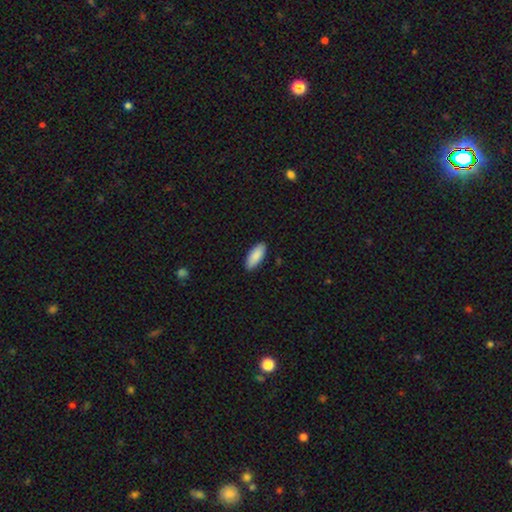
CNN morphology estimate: smooth_or_featured: smooth (p=0.89) [alt: star or artifact p=0.06]
how_rounded: in between (p=0.81) [alt: cigar-shaped p=0.18]
merging: none (p=0.89) [alt: minor disturbance p=0.09]